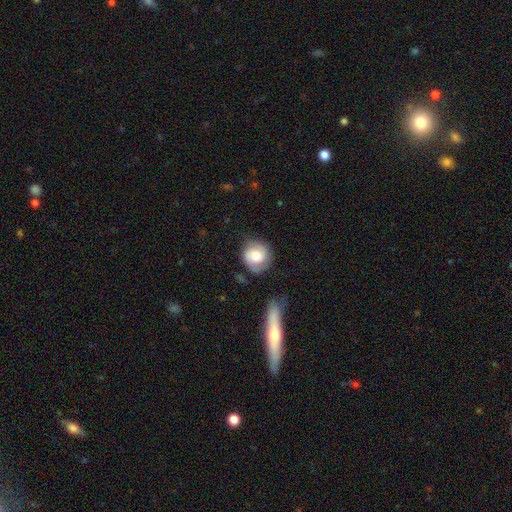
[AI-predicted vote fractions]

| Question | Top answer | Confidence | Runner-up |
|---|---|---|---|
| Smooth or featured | smooth | 52% | featured or disk (40%) |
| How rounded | round | 86% | in between (13%) |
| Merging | none | 70% | minor disturbance (19%) |